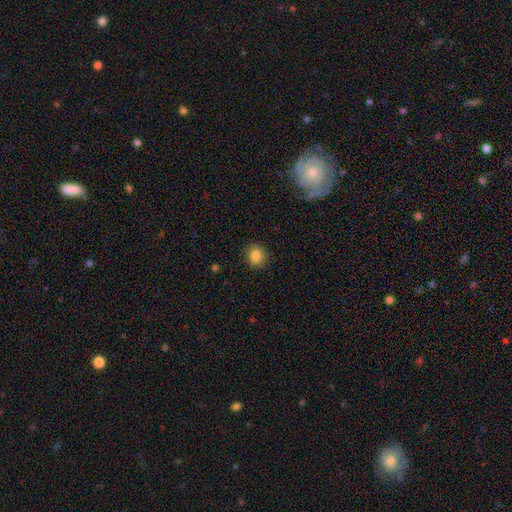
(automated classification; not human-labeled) Smooth or featured? Predicted: smooth (p=0.84). How rounded? Predicted: round (p=0.74). Merging? Predicted: none (p=0.88).